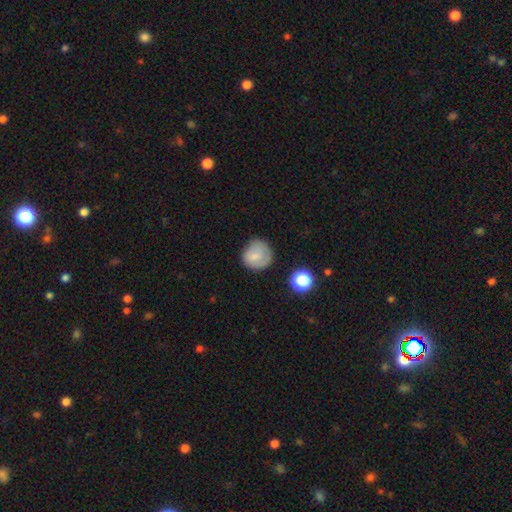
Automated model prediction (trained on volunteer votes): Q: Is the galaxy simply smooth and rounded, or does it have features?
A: smooth — 76%.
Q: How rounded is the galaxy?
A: round — 88%.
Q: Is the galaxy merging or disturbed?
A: none — 72%.